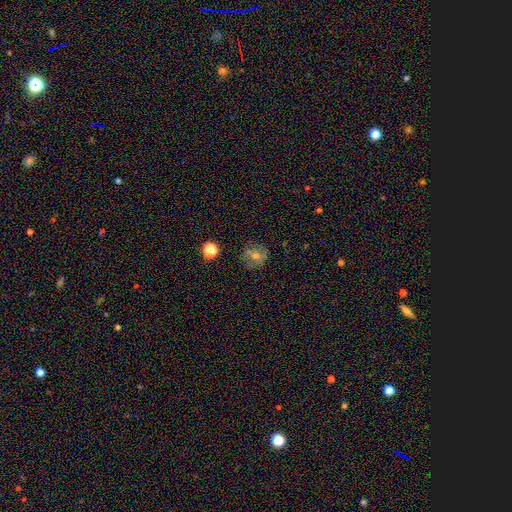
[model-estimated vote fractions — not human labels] smooth-or-featured: featured or disk: 52% | smooth: 30% | star or artifact: 18%
  disk-edge-on: no: 96% | yes: 4%
  merging: none: 78% | minor disturbance: 15% | major disturbance: 6% | merger: 2%